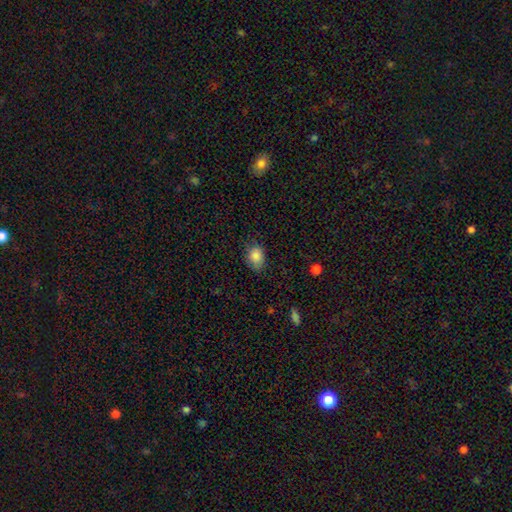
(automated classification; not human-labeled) smooth 86%, star or artifact 9%, featured or disk 5%. Down the decision tree: how rounded — in between (68%); merging — none (75%).